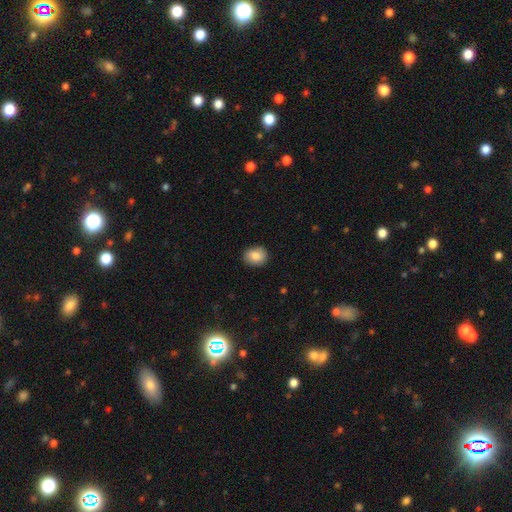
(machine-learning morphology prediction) The model was most divided on "how rounded": round: 53%, in between: 46%, cigar-shaped: 1%. More confident: merging — none (85%); smooth or featured — smooth (85%).